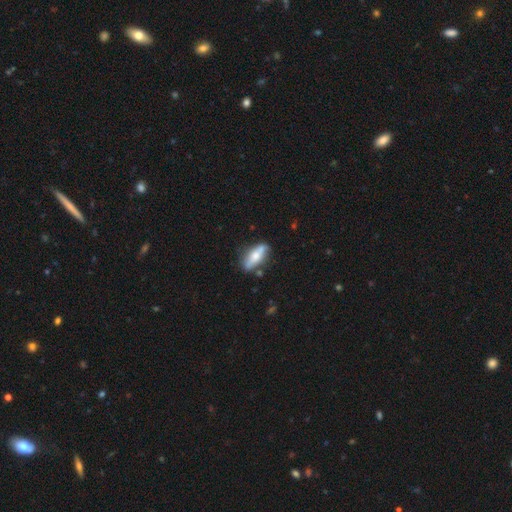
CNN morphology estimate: Smooth or featured? Predicted: smooth (p=0.49). Merging? Predicted: none (p=0.74).